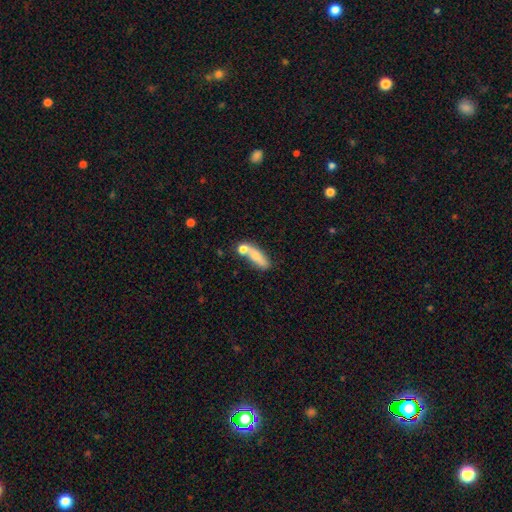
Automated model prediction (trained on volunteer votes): smooth_or_featured: smooth (p=0.67) [alt: featured or disk p=0.25]
how_rounded: in between (p=0.51) [alt: cigar-shaped p=0.41]
merging: none (p=0.40) [alt: merger p=0.39]